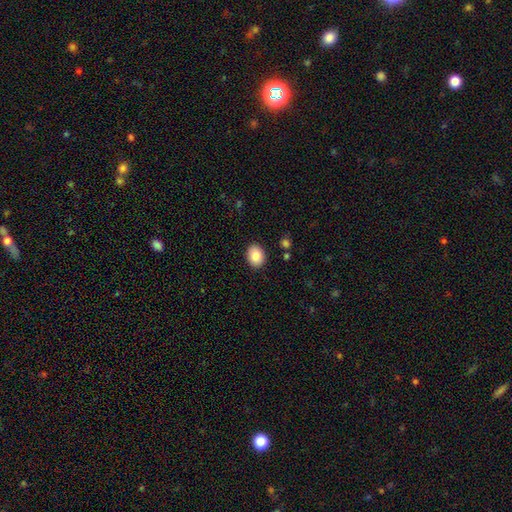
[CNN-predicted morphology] This is clearly a smooth galaxy (86%). How rounded: likely in between (62%). Merging: clearly none (89%).